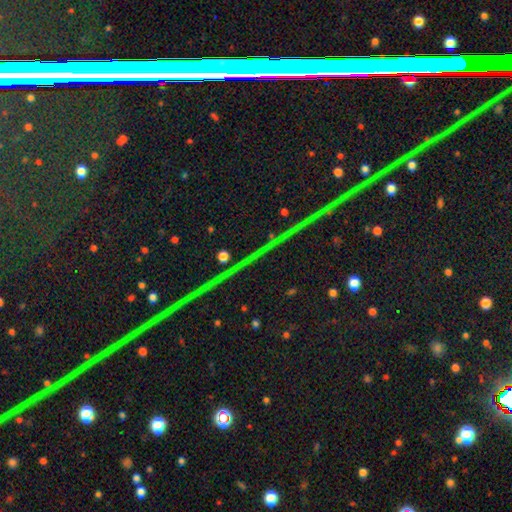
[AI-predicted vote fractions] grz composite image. It shows a star or artifact, not a galaxy (86%).